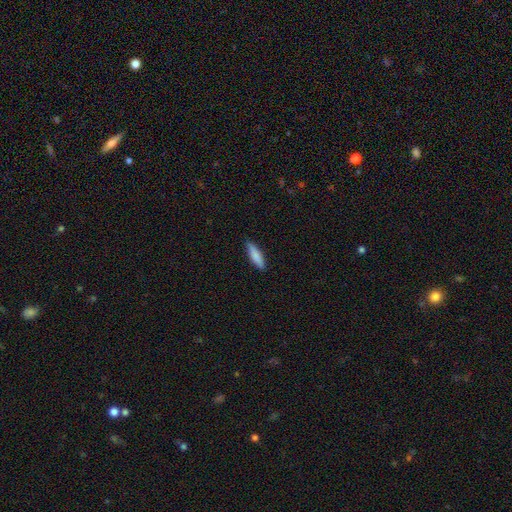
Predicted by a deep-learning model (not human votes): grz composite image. It shows a smooth galaxy with no disk features (82%) that is cigar-shaped (70%). Merging: none (87%).